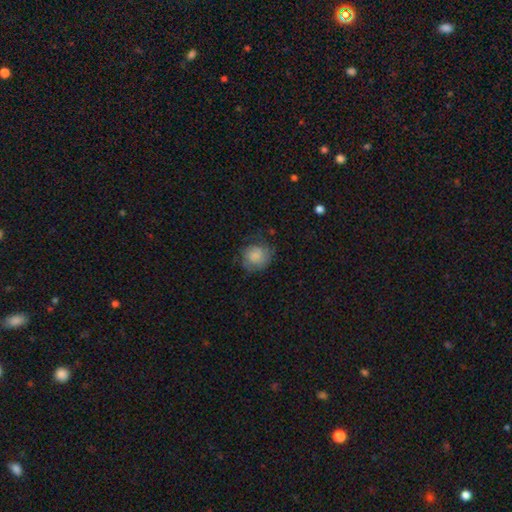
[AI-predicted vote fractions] Smooth or featured? smooth (78%)
How rounded? round (79%)
Merging? none (62%)